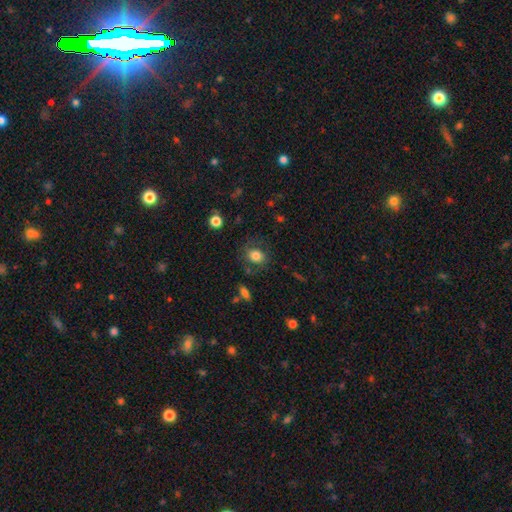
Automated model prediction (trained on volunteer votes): Q: Smooth or featured?
A: smooth (77%); runner-up: featured or disk (14%)
Q: How rounded?
A: round (60%); runner-up: in between (38%)
Q: Merging?
A: none (72%); runner-up: minor disturbance (16%)